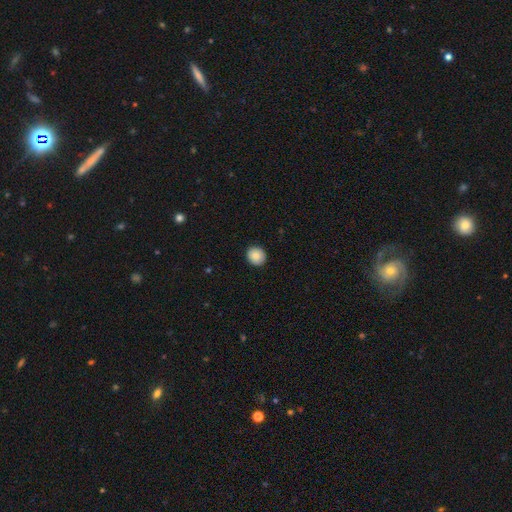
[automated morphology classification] smooth_or_featured: smooth (p=0.84) [alt: star or artifact p=0.08]
how_rounded: round (p=0.86) [alt: in between p=0.13]
merging: none (p=0.91) [alt: minor disturbance p=0.06]